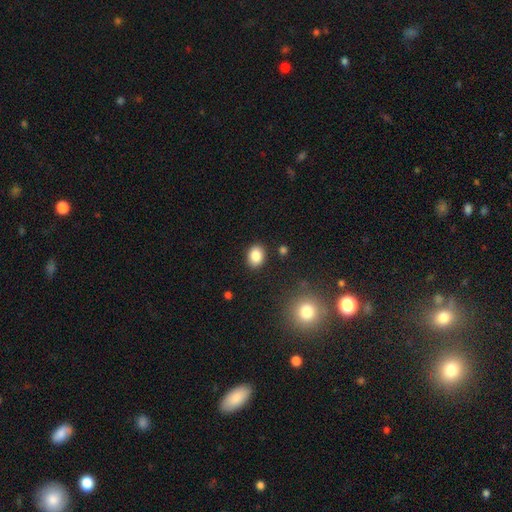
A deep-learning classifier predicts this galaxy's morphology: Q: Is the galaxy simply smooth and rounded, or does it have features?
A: smooth — 86%.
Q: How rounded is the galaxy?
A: in between — 60%.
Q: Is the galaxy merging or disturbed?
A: none — 88%.